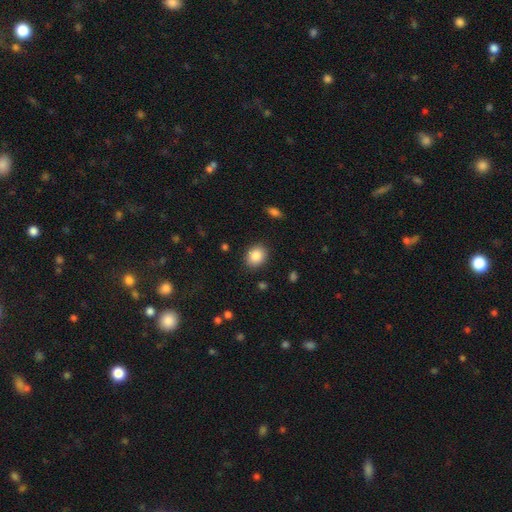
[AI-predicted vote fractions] This appears to be a smooth galaxy with no disk features (86%) that is round (53%). Merging: none (87%).